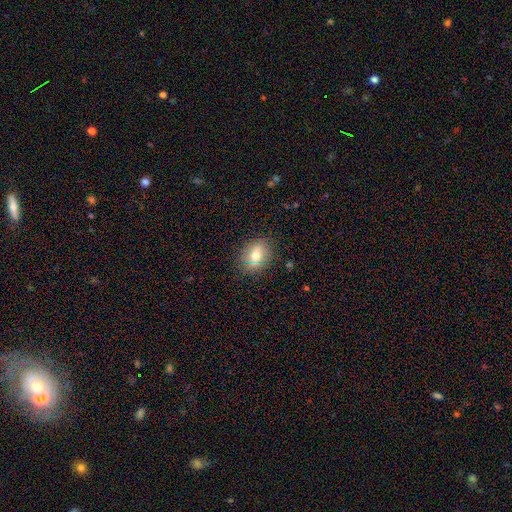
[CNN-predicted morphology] This is likely a smooth galaxy (68%). How rounded: likely in between (61%). Merging: clearly none (82%).